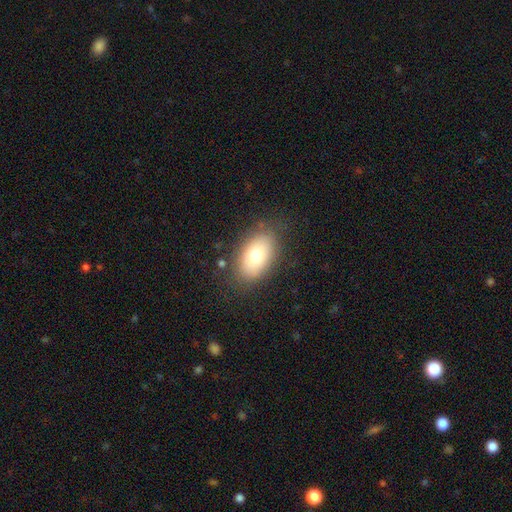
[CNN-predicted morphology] This appears to be a smooth galaxy with no disk features (75%) that is in between round and cigar-shaped (90%). Merging: none (81%).